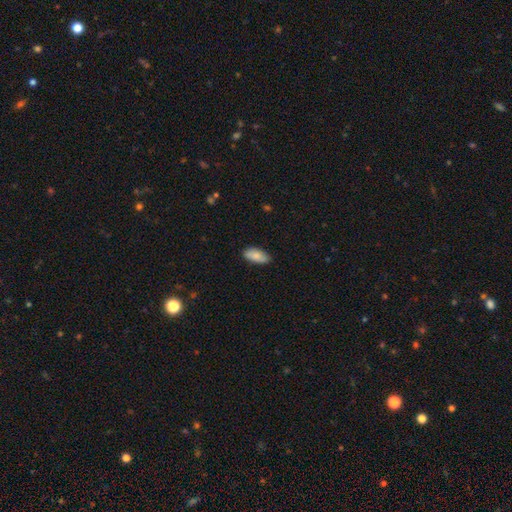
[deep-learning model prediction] Smooth or featured: smooth — 85% (featured or disk — 9%)
How rounded: in between — 90% (cigar-shaped — 8%)
Merging: none — 83% (minor disturbance — 14%)